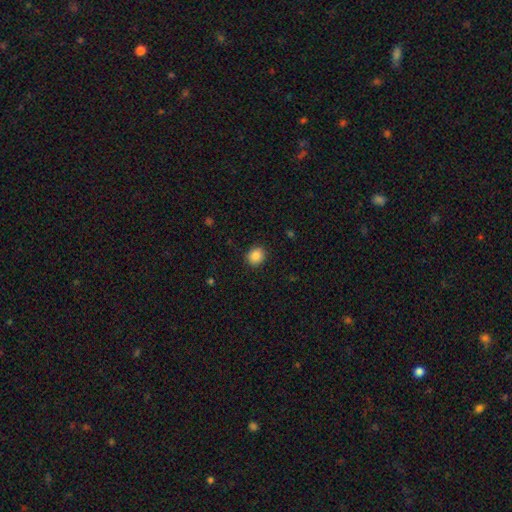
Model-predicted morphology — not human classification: smooth 86%, star or artifact 9%, featured or disk 5%. Down the decision tree: how rounded — round (74%); merging — none (89%).